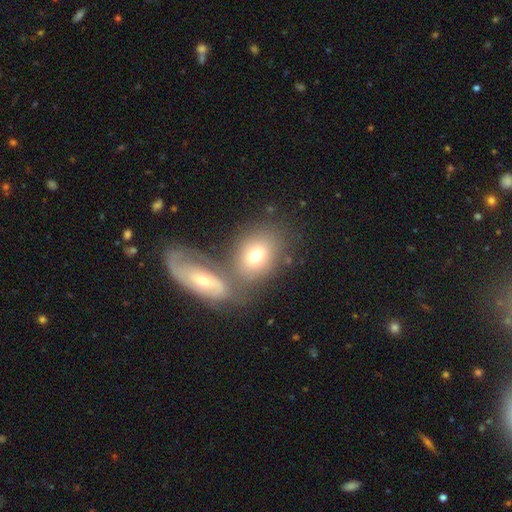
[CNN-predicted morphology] The model was most divided on "merging": none: 43%, merger: 39%, minor disturbance: 12%, major disturbance: 6%. More confident: how rounded — in between (72%); smooth or featured — smooth (67%).